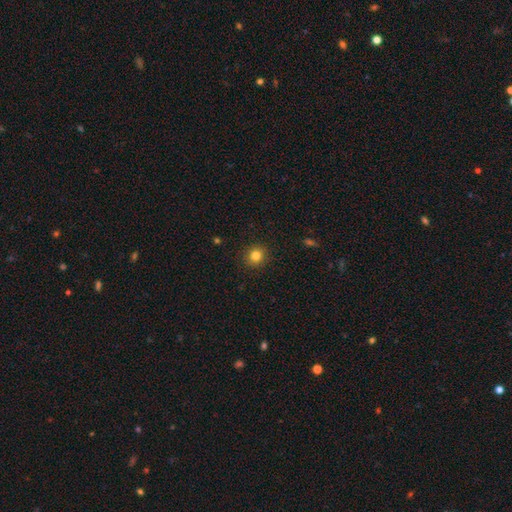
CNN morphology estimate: A smooth galaxy with no disk features (82%) that is round (85%).

Vote fractions:
- Smooth or featured? smooth: 82% / star or artifact: 12% / featured or disk: 6%
- How rounded? round: 85% / in between: 14% / cigar-shaped: 1%
- Merging? none: 91% / minor disturbance: 6% / major disturbance: 2% / merger: 1%